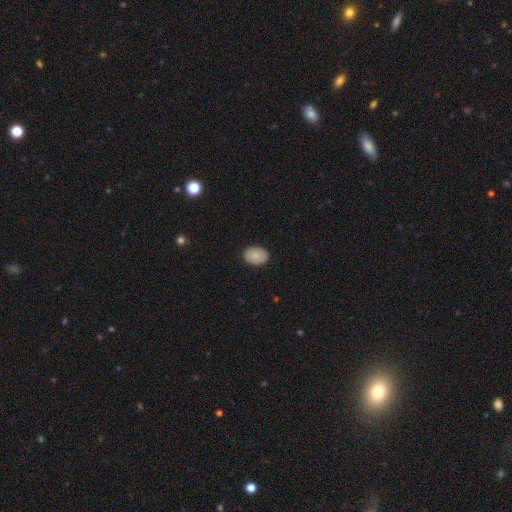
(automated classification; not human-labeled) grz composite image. It shows a smooth galaxy with no disk features (85%) that is in between round and cigar-shaped (75%). Merging: none (89%).